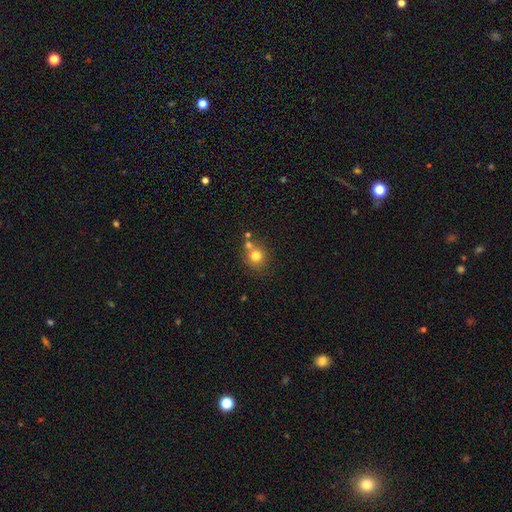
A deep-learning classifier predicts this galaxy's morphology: Smooth or featured? Predicted: smooth (p=0.75). How rounded? Predicted: round (p=0.85). Merging? Predicted: none (p=0.57).